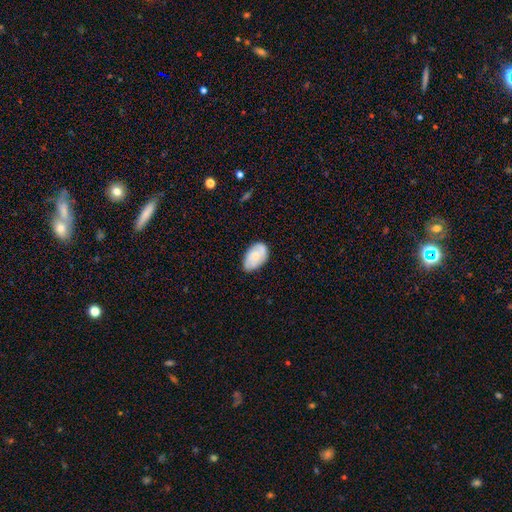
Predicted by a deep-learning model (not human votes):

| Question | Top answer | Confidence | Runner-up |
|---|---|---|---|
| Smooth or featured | smooth | 61% | featured or disk (32%) |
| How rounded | in between | 91% | round (7%) |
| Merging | none | 69% | minor disturbance (24%) |